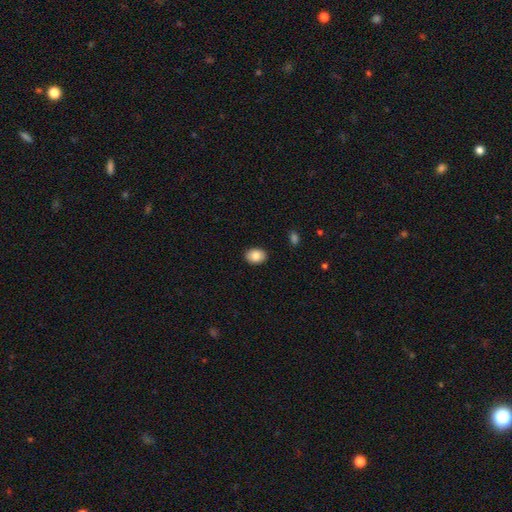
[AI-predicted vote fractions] A smooth galaxy with no disk features (86%) that is in between round and cigar-shaped (74%).

Vote fractions:
- Smooth or featured? smooth: 86% / star or artifact: 7% / featured or disk: 7%
- How rounded? in between: 74% / round: 25% / cigar-shaped: 1%
- Merging? none: 89% / minor disturbance: 8% / major disturbance: 2% / merger: 1%